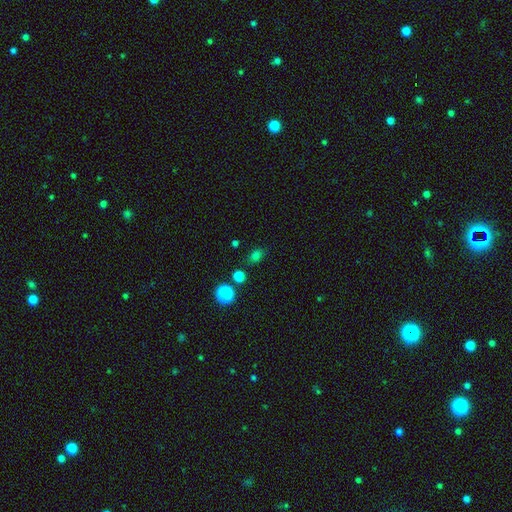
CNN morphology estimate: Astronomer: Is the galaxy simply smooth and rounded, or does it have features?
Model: smooth — 73%.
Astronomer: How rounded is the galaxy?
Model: in between — 57% (runner-up: round, 41%).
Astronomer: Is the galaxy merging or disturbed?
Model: none — 79%.